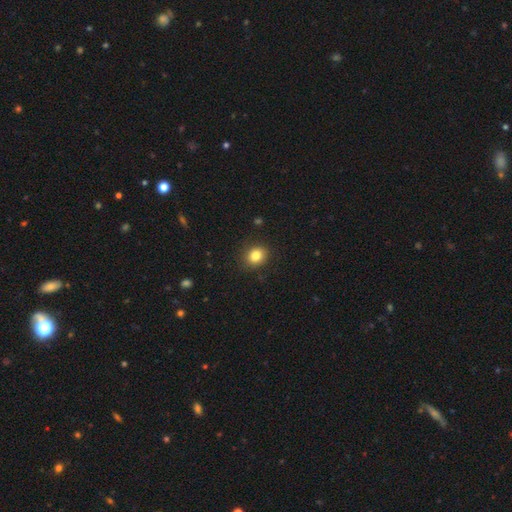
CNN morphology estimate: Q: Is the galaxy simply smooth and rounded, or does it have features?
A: smooth — 83%.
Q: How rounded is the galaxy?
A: round — 65%.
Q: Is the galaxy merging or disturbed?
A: none — 88%.